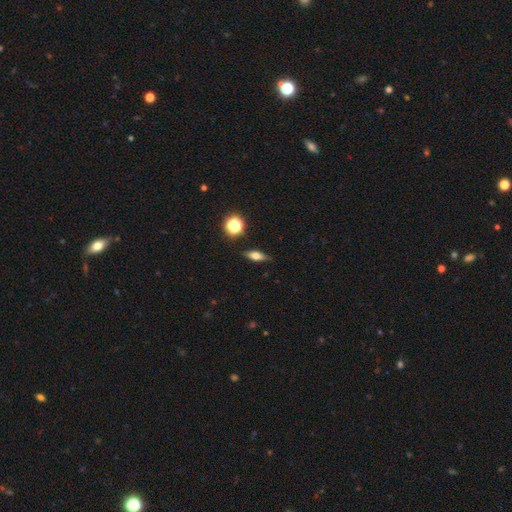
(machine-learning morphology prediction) A smooth galaxy with no disk features (54%) that is in between round and cigar-shaped (53%). Merging: none (86%).